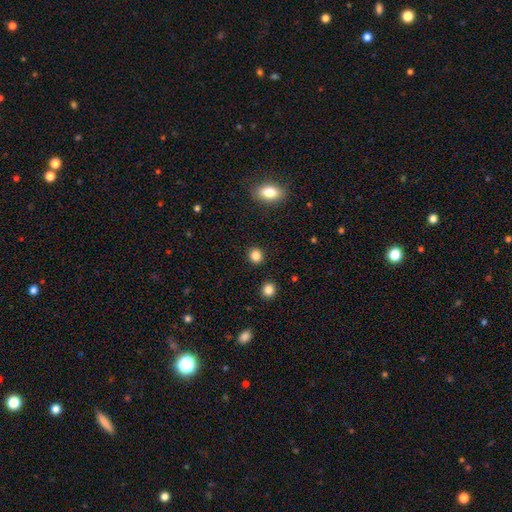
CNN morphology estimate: smooth_or_featured: smooth (p=0.85) [alt: star or artifact p=0.11]
how_rounded: round (p=0.82) [alt: in between p=0.16]
merging: none (p=0.92) [alt: minor disturbance p=0.05]